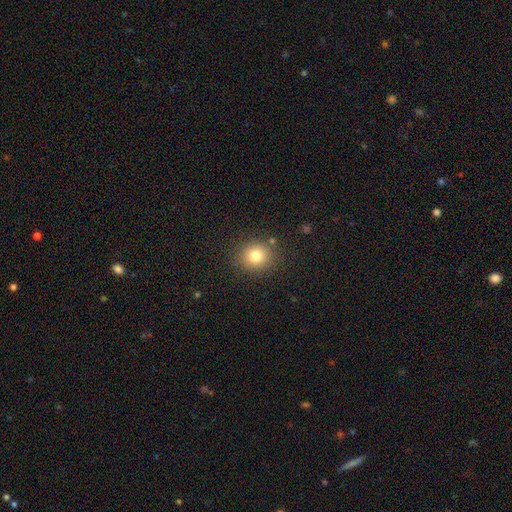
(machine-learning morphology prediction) smooth_or_featured: smooth (p=0.79) [alt: star or artifact p=0.13]
how_rounded: round (p=0.81) [alt: in between p=0.18]
merging: none (p=0.85) [alt: minor disturbance p=0.09]